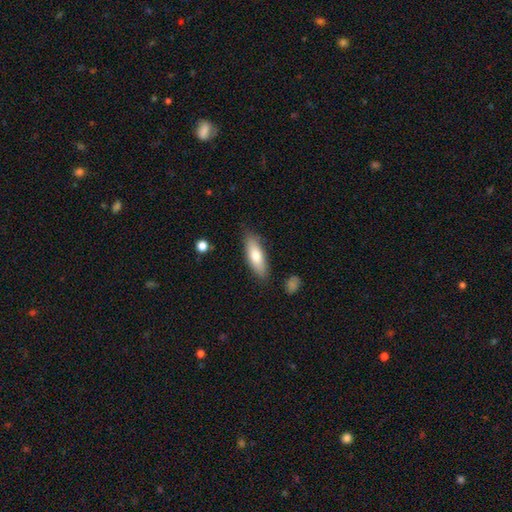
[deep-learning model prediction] Morphology: type=smooth (75%); roundness=in between (61%); merging=none (82%).